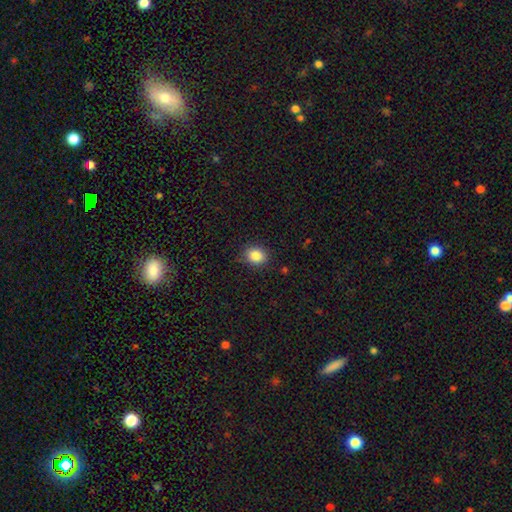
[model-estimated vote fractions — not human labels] Overall: smooth (85%). How rounded: round (68%; in between 31%). Merging: none (86%).